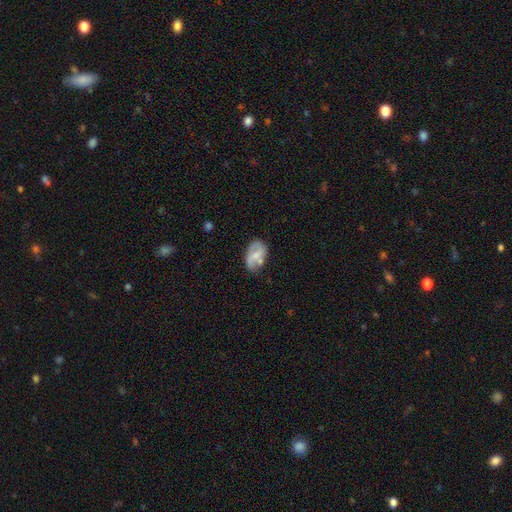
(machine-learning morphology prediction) This appears to be a featured or disk galaxy (51%). Merging: none (49%).